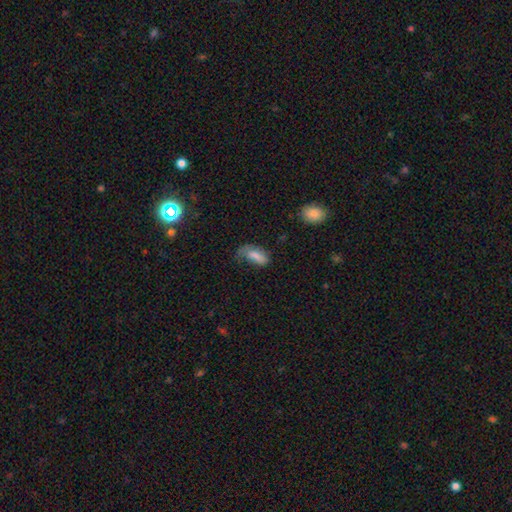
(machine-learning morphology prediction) A smooth galaxy with no disk features (76%) that is in between round and cigar-shaped (85%). Merging: minor disturbance (34%).